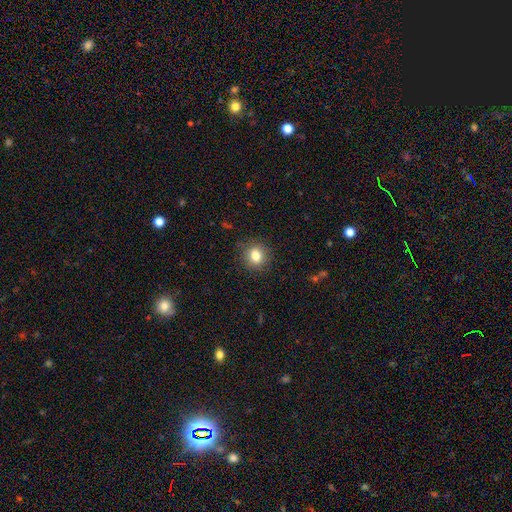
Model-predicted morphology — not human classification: smooth-or-featured: smooth: 83% | star or artifact: 11% | featured or disk: 7%
  how-rounded: round: 80% | in between: 19% | cigar-shaped: 1%
  merging: none: 88% | minor disturbance: 9% | major disturbance: 3% | merger: 1%